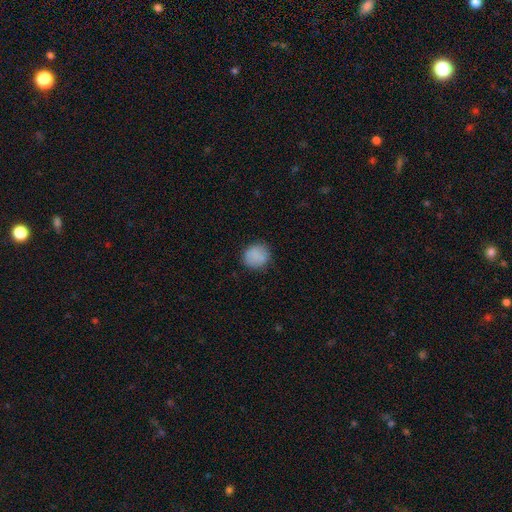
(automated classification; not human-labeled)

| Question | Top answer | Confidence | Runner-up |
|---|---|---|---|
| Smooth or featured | smooth | 85% | star or artifact (8%) |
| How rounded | round | 86% | in between (13%) |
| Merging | none | 83% | minor disturbance (12%) |